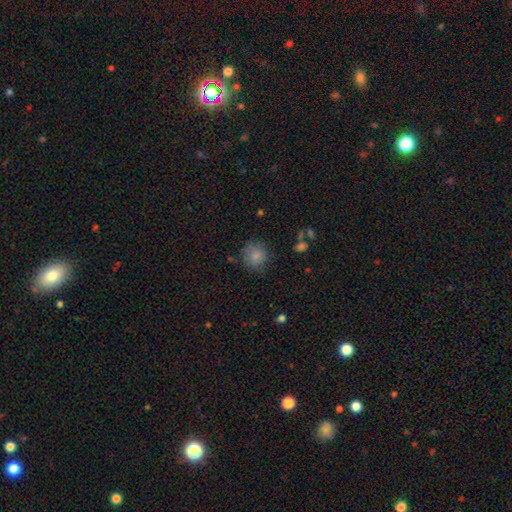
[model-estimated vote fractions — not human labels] Overall: smooth (84%). How rounded: round (88%). Merging: none (78%).